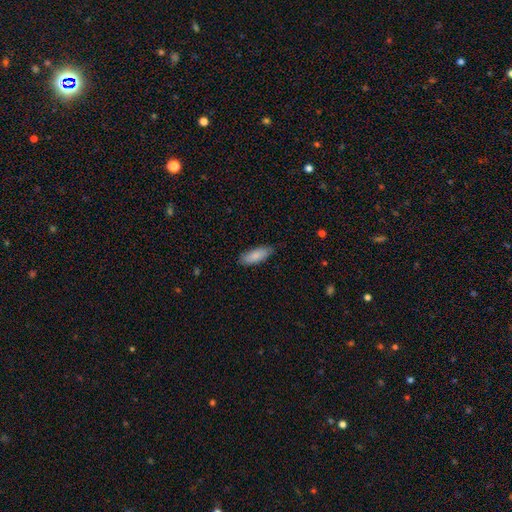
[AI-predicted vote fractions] Smooth or featured: smooth — 85% (featured or disk — 9%)
How rounded: in between — 71% (cigar-shaped — 28%)
Merging: none — 84% (minor disturbance — 13%)